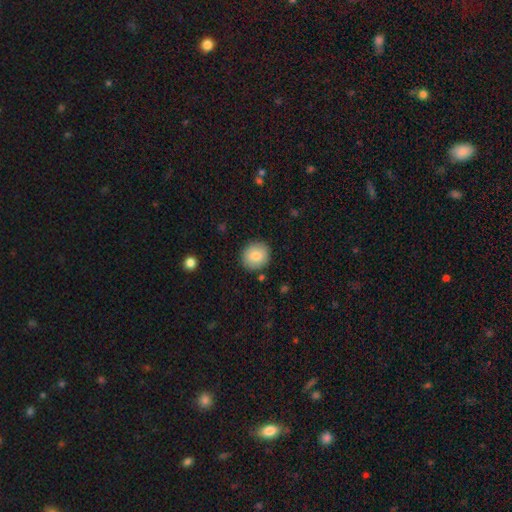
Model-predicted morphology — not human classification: smooth-or-featured: smooth: 83% | featured or disk: 9% | star or artifact: 8%
  how-rounded: round: 88% | in between: 11% | cigar-shaped: 1%
  merging: none: 89% | minor disturbance: 8% | major disturbance: 2% | merger: 2%